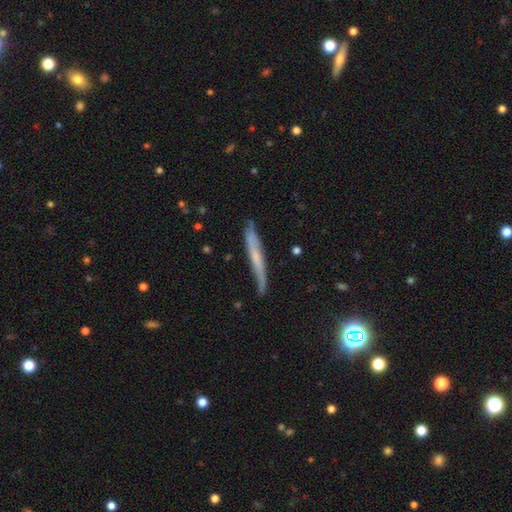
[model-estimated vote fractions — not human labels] Smooth or featured?
  - featured or disk: 49% *
  - smooth: 42%
  - star or artifact: 9%
Merging?
  - none: 77% *
  - minor disturbance: 18%
  - major disturbance: 3%
  - merger: 2%